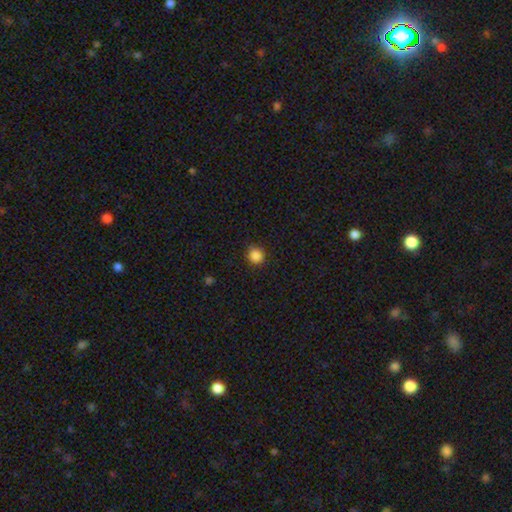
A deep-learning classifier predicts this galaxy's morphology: Overall: smooth (86%). How rounded: round (89%). Merging: none (85%).